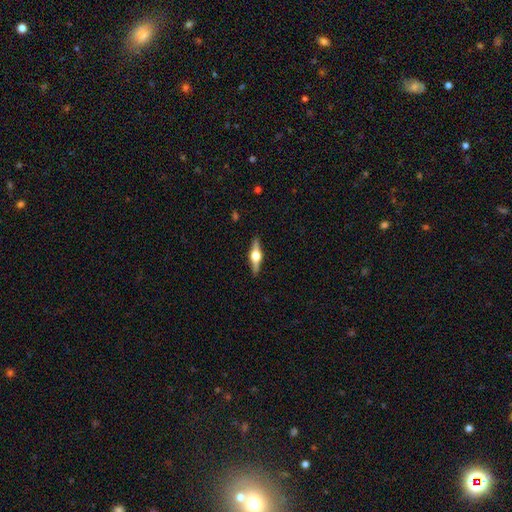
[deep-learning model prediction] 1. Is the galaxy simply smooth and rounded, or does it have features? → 77% featured or disk, 17% smooth, 6% star or artifact.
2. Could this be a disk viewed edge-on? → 97% yes, 3% no.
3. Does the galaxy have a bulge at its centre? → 95% rounded, 4% boxy, 1% none.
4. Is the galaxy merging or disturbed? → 90% none, 8% minor disturbance, 2% major disturbance, 1% merger.